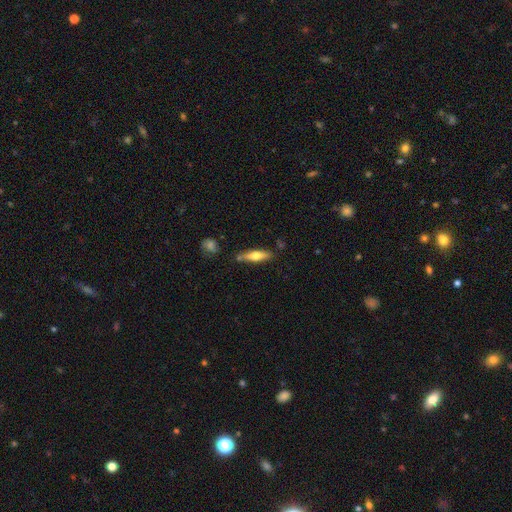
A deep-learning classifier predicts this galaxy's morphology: This appears to be a smooth galaxy with no disk features (54%) that is cigar-shaped (66%). Merging: none (77%).